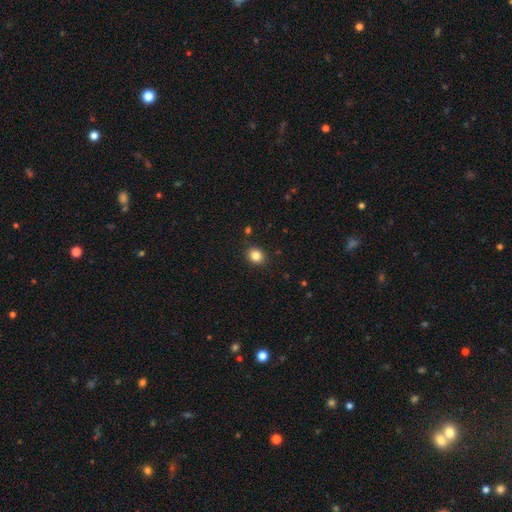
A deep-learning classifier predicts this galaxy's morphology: Smooth or featured? Predicted: smooth (p=0.85). How rounded? Predicted: round (p=0.62). Merging? Predicted: none (p=0.89).